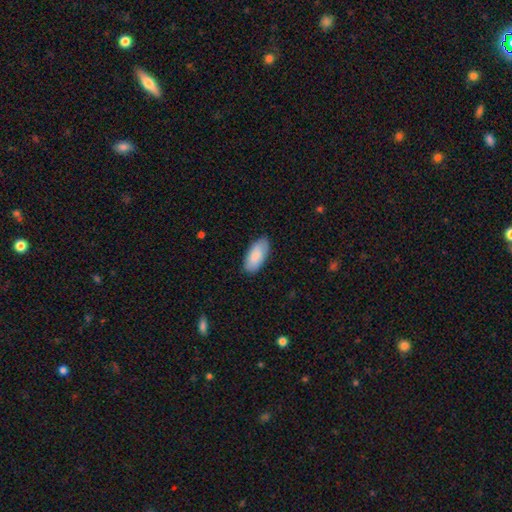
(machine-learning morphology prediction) smooth 88%, featured or disk 7%, star or artifact 5%. Down the decision tree: how rounded — in between (90%); merging — none (83%).